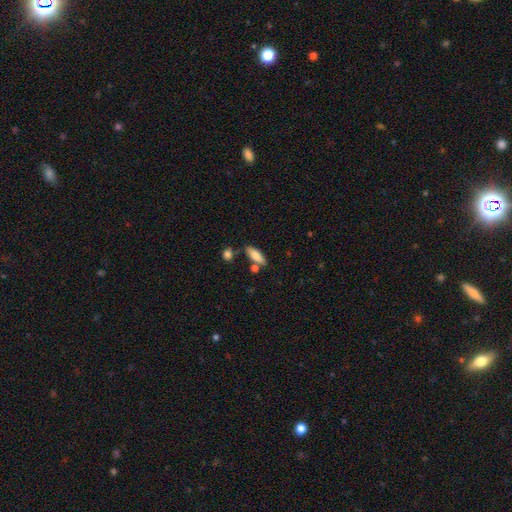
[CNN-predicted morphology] A smooth galaxy with no disk features (78%) that is in between round and cigar-shaped (62%).

Vote fractions:
- Smooth or featured? smooth: 78% / featured or disk: 15% / star or artifact: 7%
- How rounded? in between: 62% / cigar-shaped: 35% / round: 3%
- Merging? none: 70% / minor disturbance: 15% / merger: 10% / major disturbance: 4%